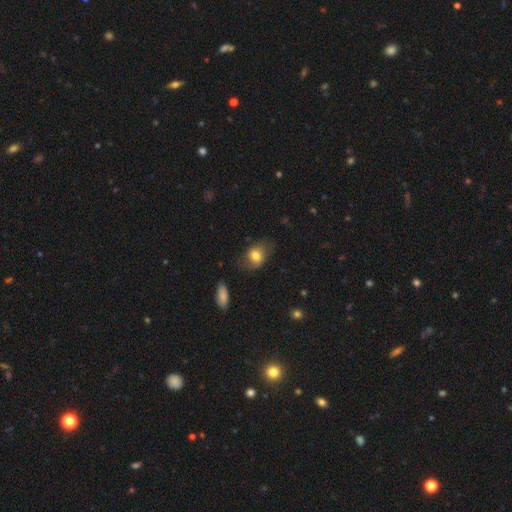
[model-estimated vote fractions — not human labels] The model was most divided on "how rounded": in between: 62%, round: 36%, cigar-shaped: 2%. More confident: smooth or featured — smooth (74%); merging — none (58%).